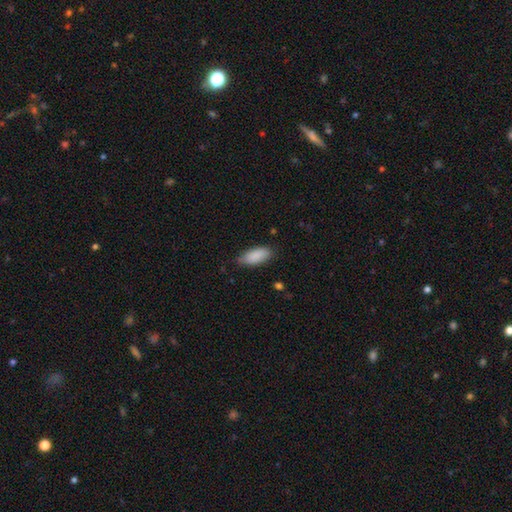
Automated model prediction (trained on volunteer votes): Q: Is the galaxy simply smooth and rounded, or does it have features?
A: smooth — 89%.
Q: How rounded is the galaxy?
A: in between — 86%.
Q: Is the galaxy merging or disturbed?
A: none — 77%.